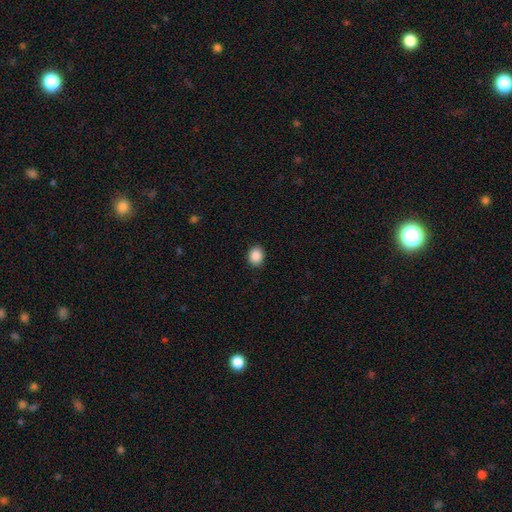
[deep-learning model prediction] Smooth or featured?
  - smooth: 88% *
  - star or artifact: 9%
  - featured or disk: 3%
How rounded?
  - round: 59% *
  - in between: 40%
  - cigar-shaped: 1%
Merging?
  - none: 90% *
  - minor disturbance: 7%
  - major disturbance: 2%
  - merger: 1%